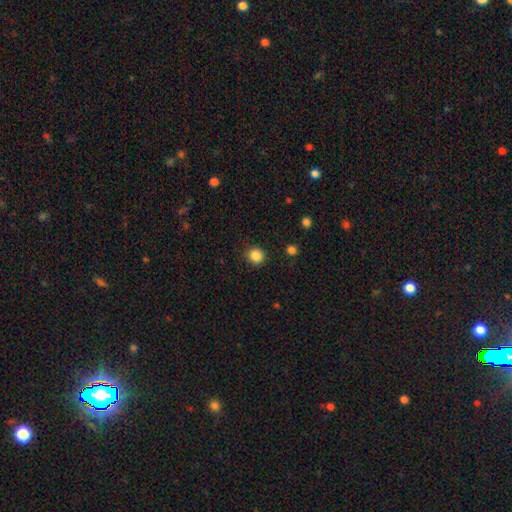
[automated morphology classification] This is clearly a smooth galaxy (86%). How rounded: clearly round (92%). Merging: clearly none (89%).